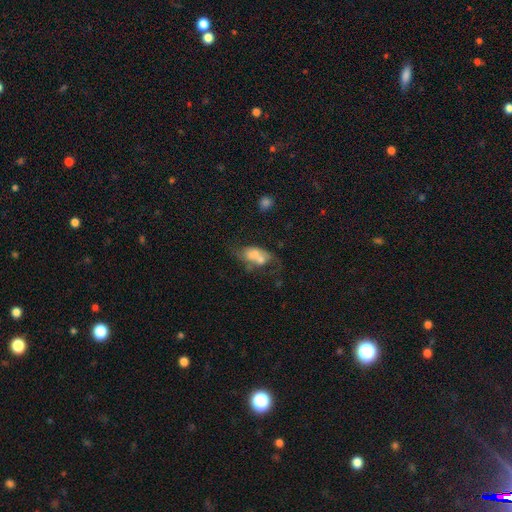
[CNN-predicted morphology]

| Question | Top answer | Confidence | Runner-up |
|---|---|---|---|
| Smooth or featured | smooth | 54% | featured or disk (36%) |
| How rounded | in between | 82% | round (14%) |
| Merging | merger | 49% | none (19%) |